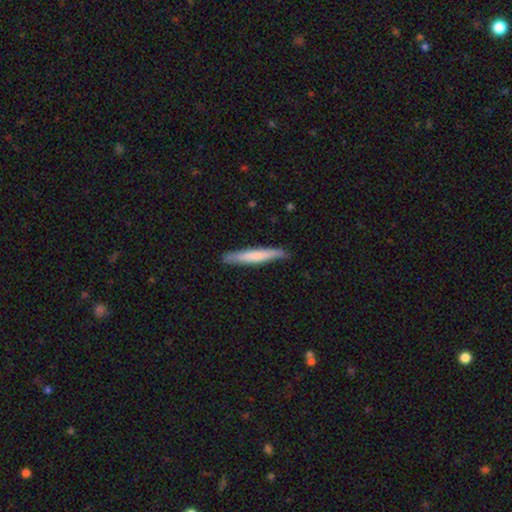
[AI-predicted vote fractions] Smooth or featured?
  - smooth: 65% *
  - featured or disk: 30%
  - star or artifact: 5%
How rounded?
  - cigar-shaped: 95% *
  - in between: 4%
  - round: 1%
Merging?
  - none: 85% *
  - minor disturbance: 12%
  - major disturbance: 2%
  - merger: 1%